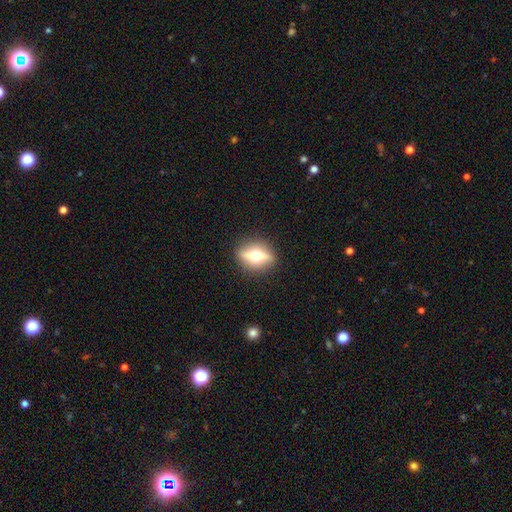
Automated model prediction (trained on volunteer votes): A featured or disk galaxy (63%) viewed edge-on (76%).

Vote fractions:
- Smooth or featured? featured or disk: 63% / smooth: 29% / star or artifact: 8%
- Edge-on disk? yes: 76% / no: 24%
- Merging? none: 87% / minor disturbance: 9% / major disturbance: 3% / merger: 1%